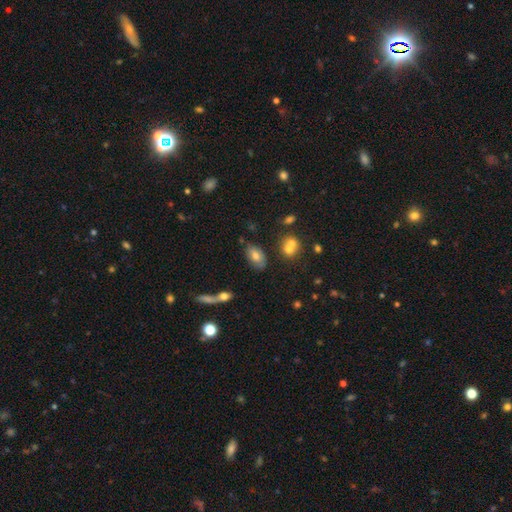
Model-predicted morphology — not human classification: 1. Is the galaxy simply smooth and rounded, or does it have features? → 72% smooth, 19% featured or disk, 9% star or artifact.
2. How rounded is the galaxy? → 91% in between, 6% round, 2% cigar-shaped.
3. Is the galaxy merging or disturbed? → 68% none, 16% minor disturbance, 10% merger, 5% major disturbance.